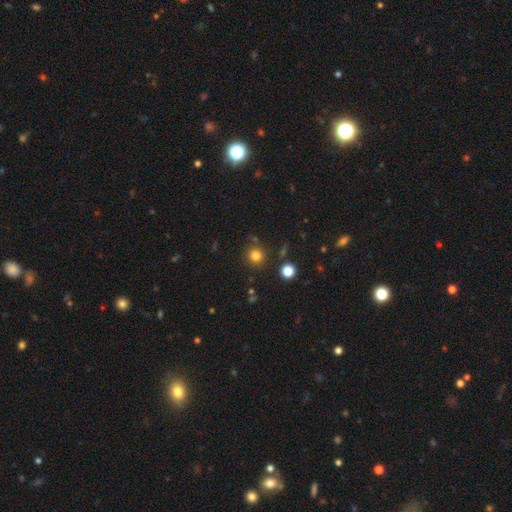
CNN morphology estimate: smooth 80%, star or artifact 15%, featured or disk 5%. Down the decision tree: how rounded — round (92%); merging — none (84%).